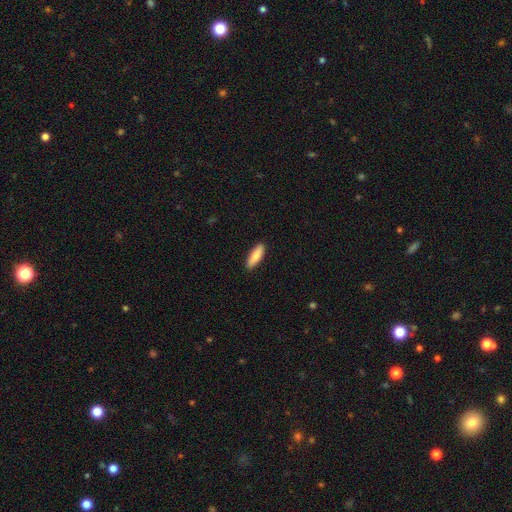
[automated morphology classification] This appears to be a smooth galaxy with no disk features (84%) that is cigar-shaped (50%). Merging: none (90%).